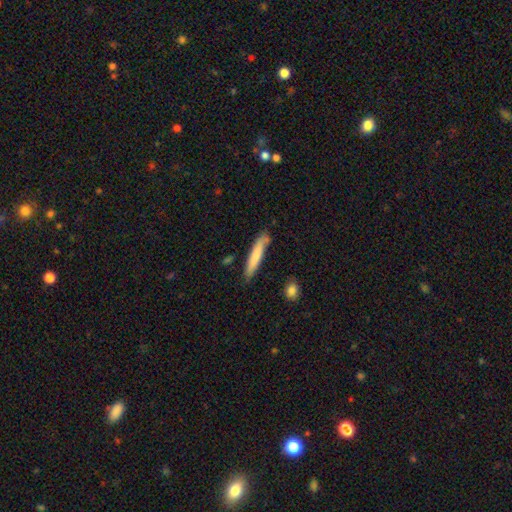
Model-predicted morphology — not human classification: smooth 75%, featured or disk 20%, star or artifact 5%. Down the decision tree: how rounded — cigar-shaped (92%); merging — none (77%).